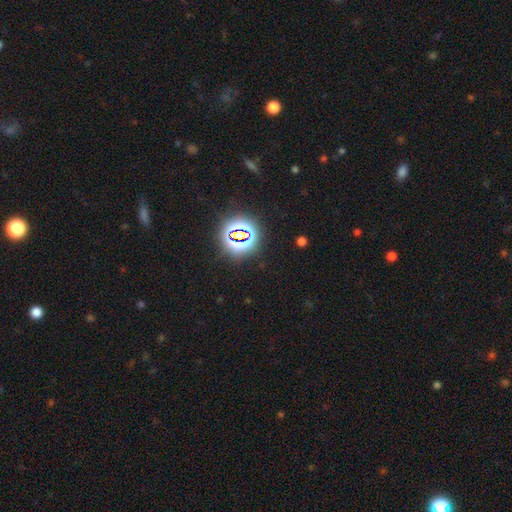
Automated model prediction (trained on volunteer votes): A star or artifact, not a galaxy (78%).

Vote fractions:
- Smooth or featured? star or artifact: 78% / smooth: 15% / featured or disk: 7%